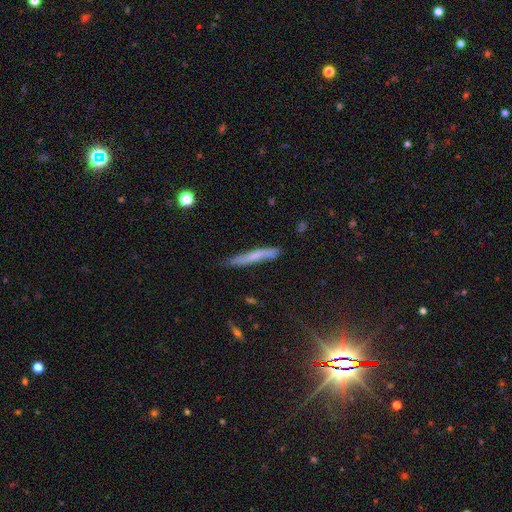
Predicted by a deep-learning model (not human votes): smooth_or_featured: smooth (p=0.54) [alt: featured or disk p=0.37]
how_rounded: cigar-shaped (p=0.94) [alt: in between p=0.04]
merging: none (p=0.74) [alt: minor disturbance p=0.19]